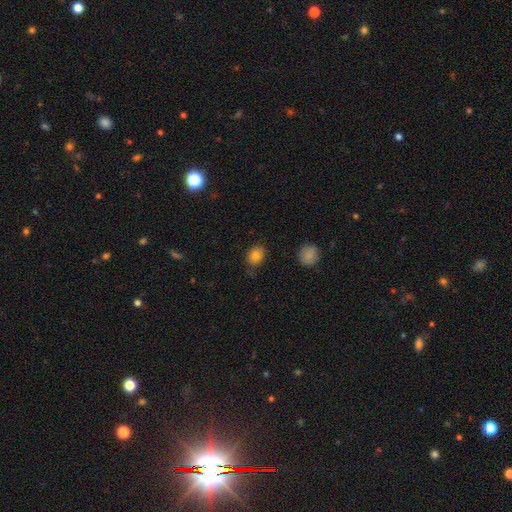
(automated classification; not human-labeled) A smooth galaxy with no disk features (81%) that is round (52%). Merging: none (76%).